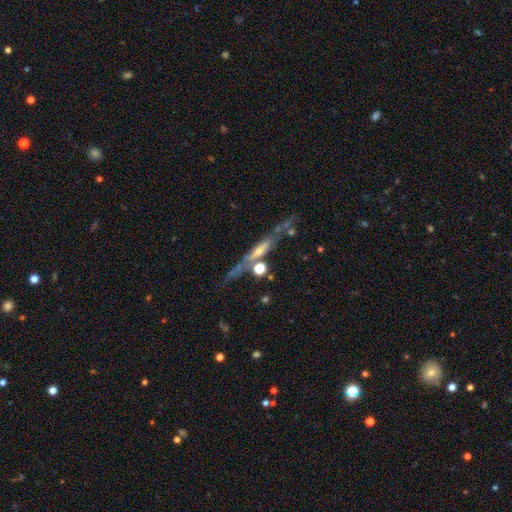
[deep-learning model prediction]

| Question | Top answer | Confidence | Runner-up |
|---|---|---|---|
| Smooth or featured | featured or disk | 73% | smooth (16%) |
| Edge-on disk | yes | 85% | no (15%) |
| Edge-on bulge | rounded | 52% | none (35%) |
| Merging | none | 66% | minor disturbance (16%) |